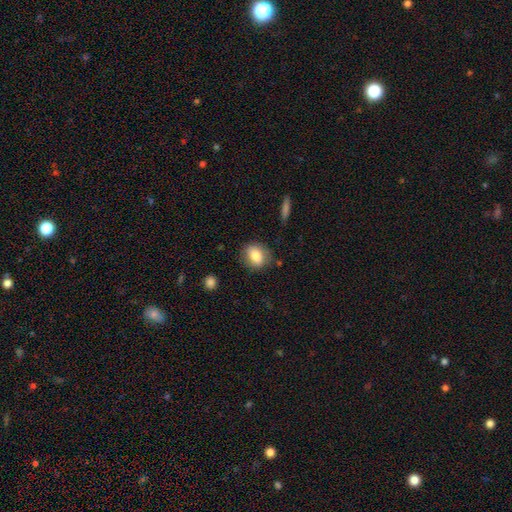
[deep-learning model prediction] Q: Smooth or featured?
A: smooth (80%); runner-up: featured or disk (12%)
Q: How rounded?
A: in between (56%); runner-up: round (43%)
Q: Merging?
A: none (79%); runner-up: minor disturbance (15%)